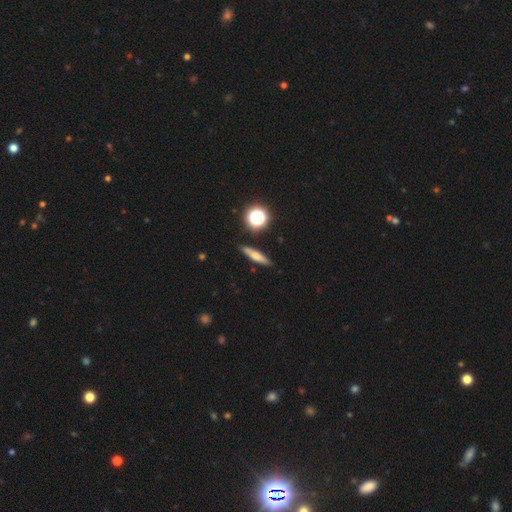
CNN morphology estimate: This appears to be a smooth galaxy with no disk features (52%) that is cigar-shaped (75%). Merging: none (88%).